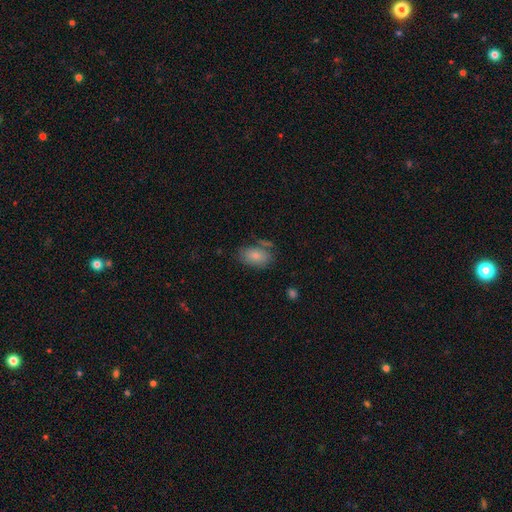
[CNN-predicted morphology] smooth_or_featured: smooth (p=0.82) [alt: featured or disk p=0.11]
how_rounded: in between (p=0.89) [alt: round p=0.10]
merging: none (p=0.65) [alt: minor disturbance p=0.20]